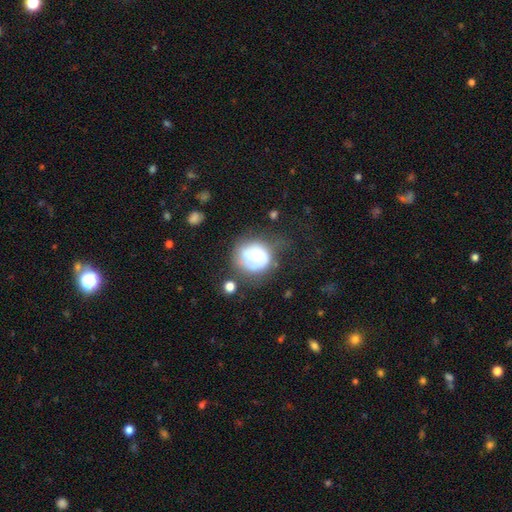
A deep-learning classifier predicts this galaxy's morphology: smooth_or_featured: smooth (p=0.50) [alt: featured or disk p=0.41]
merging: none (p=0.44) [alt: minor disturbance p=0.28]